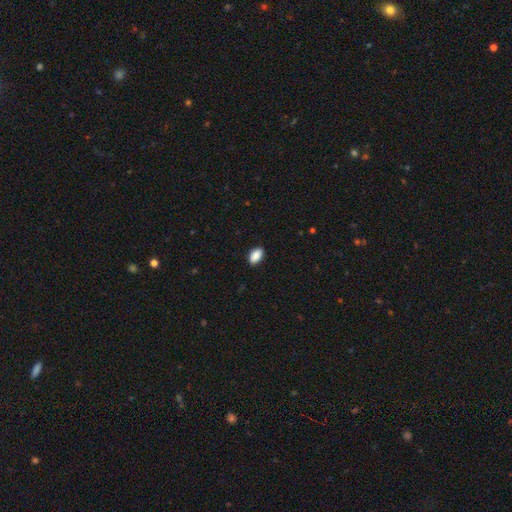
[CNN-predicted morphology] type=smooth (90%); roundness=in between (93%); merging=none (89%).